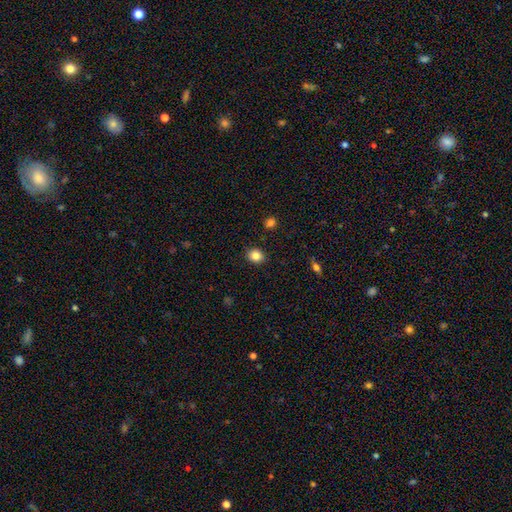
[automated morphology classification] smooth 85%, star or artifact 10%, featured or disk 5%. Down the decision tree: how rounded — round (66%); merging — none (90%).